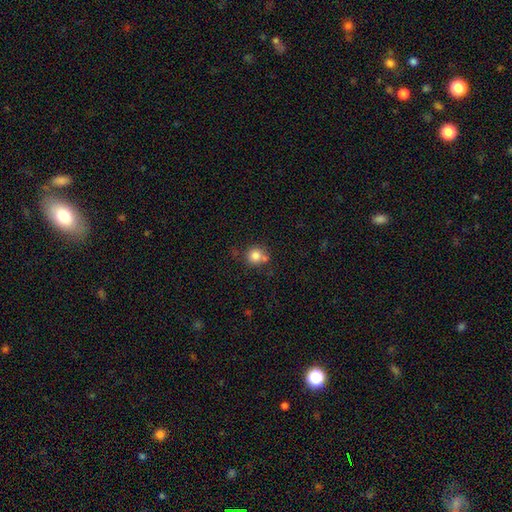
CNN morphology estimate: Smooth or featured: smooth — 82% (star or artifact — 11%)
How rounded: round — 90% (in between — 9%)
Merging: none — 61% (merger — 24%)